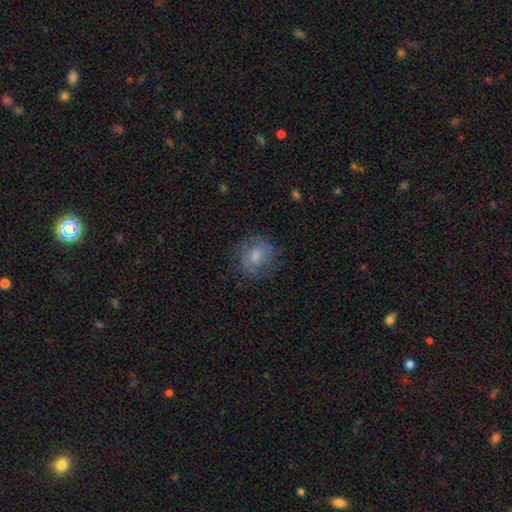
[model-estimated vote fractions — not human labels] The model was most divided on "smooth or featured": smooth: 56%, featured or disk: 31%, star or artifact: 13%. More confident: merging — none (75%); how rounded — round (74%).